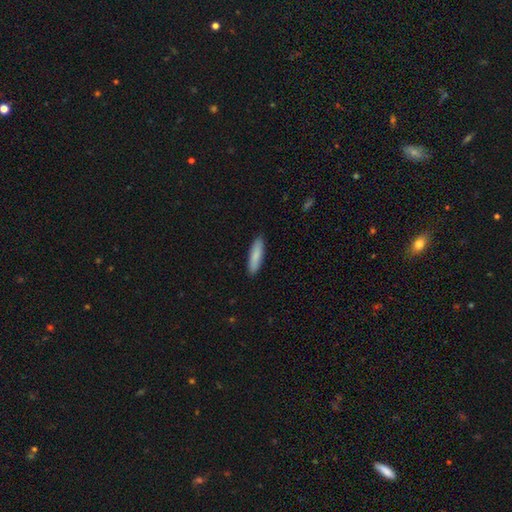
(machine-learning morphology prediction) smooth 85%, featured or disk 9%, star or artifact 6%. Down the decision tree: how rounded — cigar-shaped (67%); merging — none (90%).